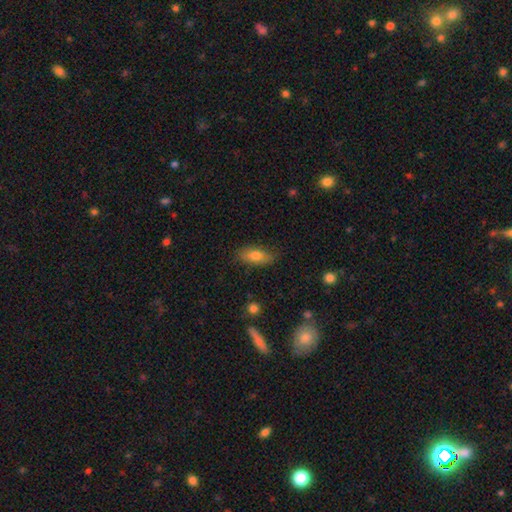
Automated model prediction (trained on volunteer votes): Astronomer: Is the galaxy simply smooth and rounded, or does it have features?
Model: smooth — 76%.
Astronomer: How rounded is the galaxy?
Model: in between — 83%.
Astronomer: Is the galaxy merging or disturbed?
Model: none — 80%.